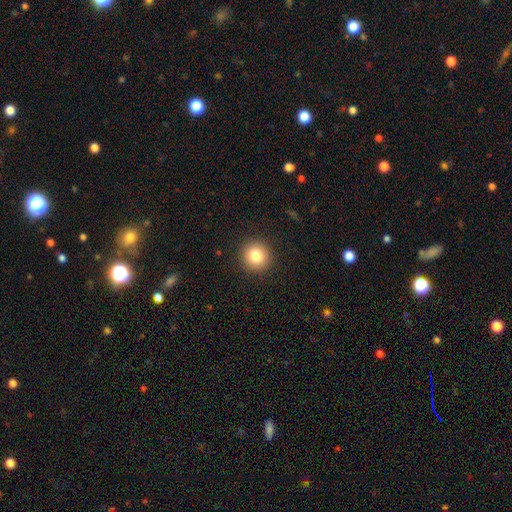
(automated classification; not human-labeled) This appears to be a smooth galaxy with no disk features (82%) that is round (92%). Merging: none (92%).